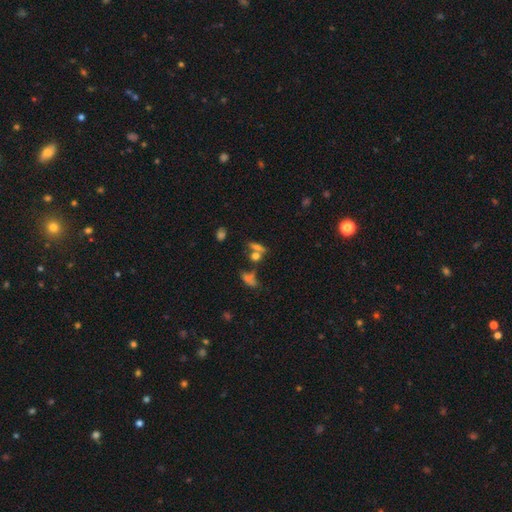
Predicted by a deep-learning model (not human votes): smooth_or_featured: smooth (p=0.55) [alt: featured or disk p=0.23]
how_rounded: in between (p=0.43) [alt: round p=0.29]
merging: none (p=0.46) [alt: merger p=0.33]